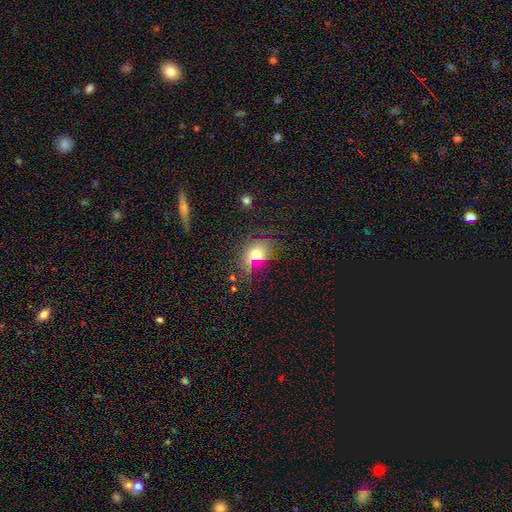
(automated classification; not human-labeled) Q: Smooth or featured?
A: smooth (67%); runner-up: star or artifact (18%)
Q: How rounded?
A: in between (54%); runner-up: round (43%)
Q: Merging?
A: none (62%); runner-up: minor disturbance (21%)